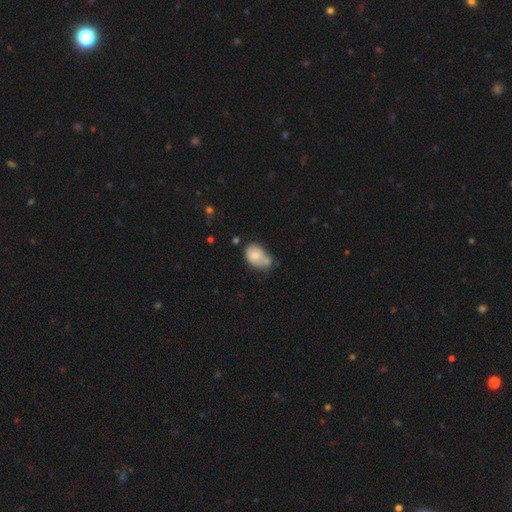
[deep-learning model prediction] Smooth or featured? smooth (73%)
How rounded? in between (75%)
Merging? none (31%)